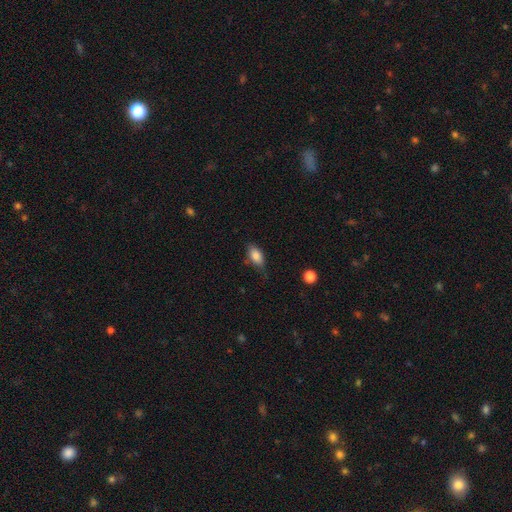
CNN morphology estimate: Smooth or featured: smooth — 84% (featured or disk — 8%)
How rounded: in between — 89% (cigar-shaped — 5%)
Merging: none — 65% (minor disturbance — 27%)